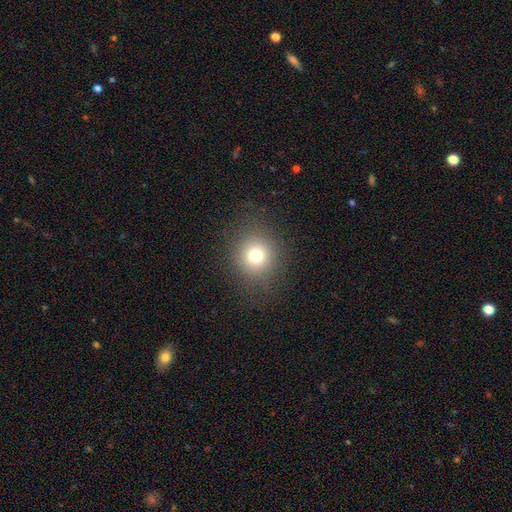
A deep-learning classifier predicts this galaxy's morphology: smooth-or-featured: smooth: 75% | star or artifact: 16% | featured or disk: 9%
  how-rounded: round: 87% | in between: 12% | cigar-shaped: 1%
  merging: none: 86% | minor disturbance: 8% | major disturbance: 5% | merger: 1%